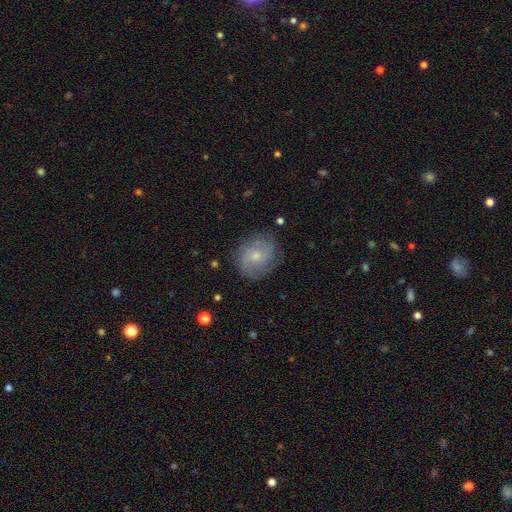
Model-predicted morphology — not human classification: Smooth or featured? Predicted: featured or disk (p=0.50). Merging? Predicted: none (p=0.76).